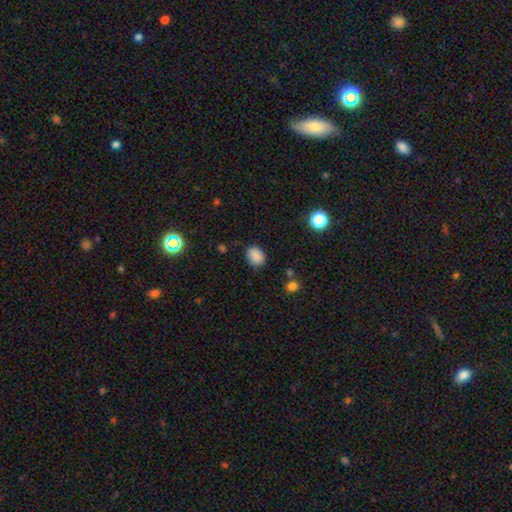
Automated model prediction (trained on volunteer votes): This is clearly a smooth galaxy (86%). How rounded: possibly in between (59%). Merging: clearly none (82%).